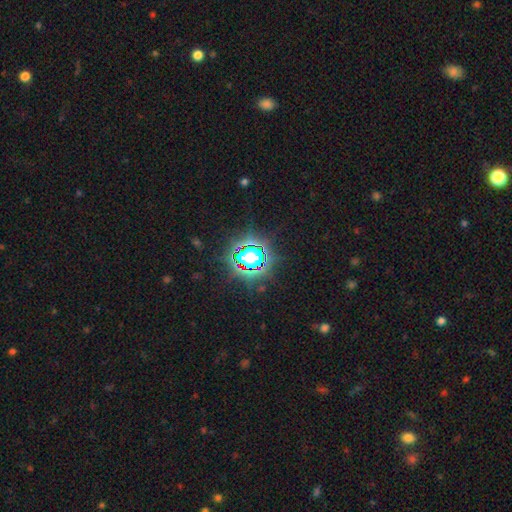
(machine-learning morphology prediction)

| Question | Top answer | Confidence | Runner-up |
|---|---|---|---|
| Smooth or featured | star or artifact | 70% | smooth (20%) |